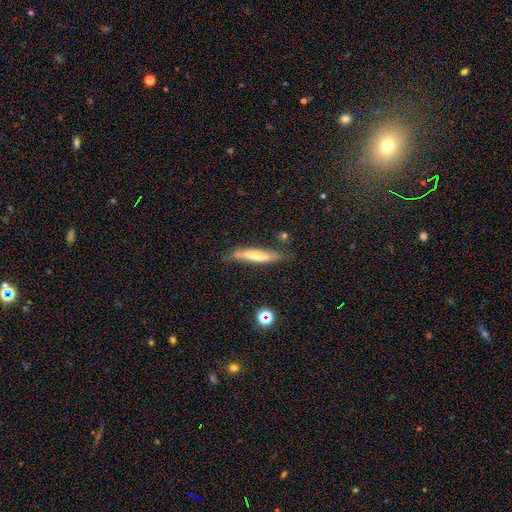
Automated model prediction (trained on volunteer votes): Smooth or featured? Predicted: featured or disk (p=0.47). Merging? Predicted: none (p=0.74).